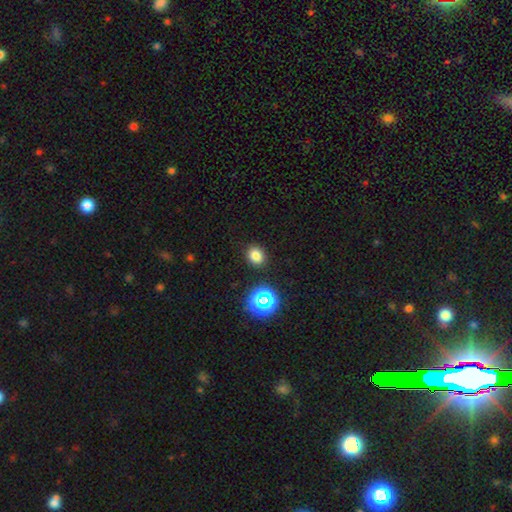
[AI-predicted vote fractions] A smooth galaxy with no disk features (78%) that is round (62%). Merging: none (88%).